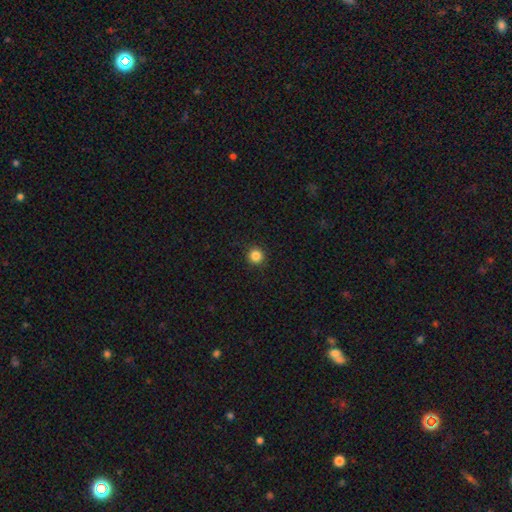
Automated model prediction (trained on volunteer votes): This is clearly a smooth galaxy (85%). How rounded: clearly round (95%). Merging: clearly none (92%).